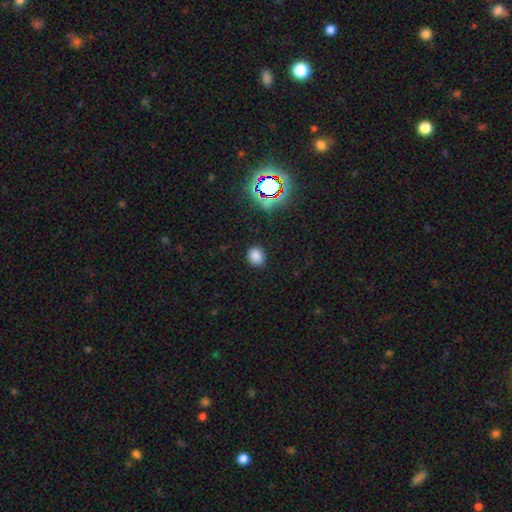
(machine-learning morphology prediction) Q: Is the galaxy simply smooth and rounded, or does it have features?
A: smooth — 80%.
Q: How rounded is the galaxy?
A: round — 61%.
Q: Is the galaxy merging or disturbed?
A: none — 87%.